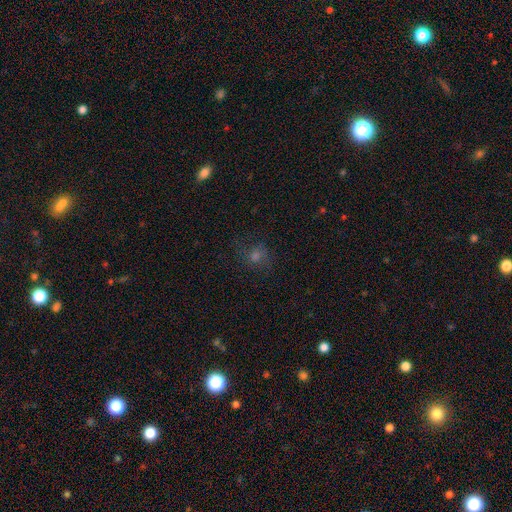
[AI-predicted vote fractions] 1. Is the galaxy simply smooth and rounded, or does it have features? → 42% smooth, 32% star or artifact, 26% featured or disk.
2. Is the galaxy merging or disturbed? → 71% none, 16% minor disturbance, 12% major disturbance, 2% merger.